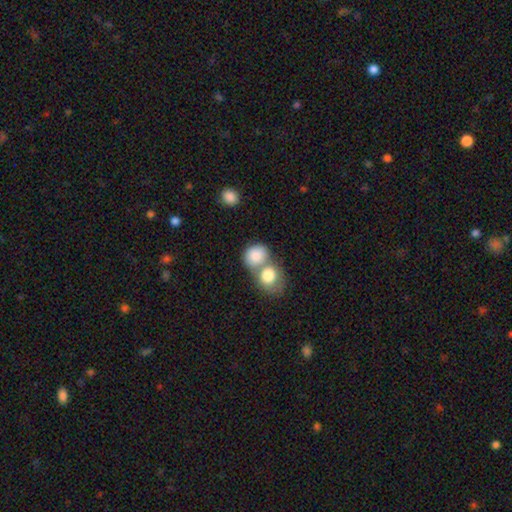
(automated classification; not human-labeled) Morphology: type=smooth (83%); roundness=round (71%); merging=merger (63%).